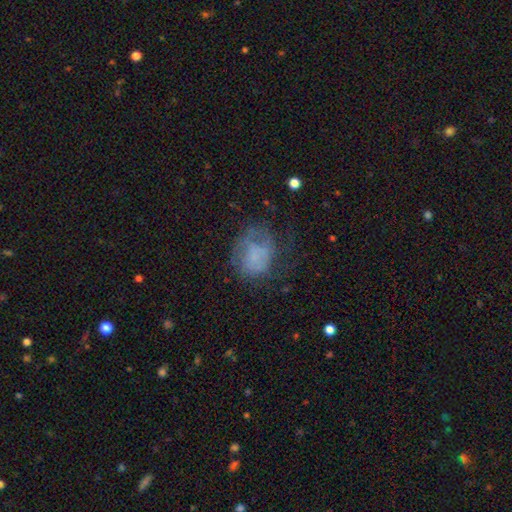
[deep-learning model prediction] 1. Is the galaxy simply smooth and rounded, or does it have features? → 48% smooth, 39% featured or disk, 13% star or artifact.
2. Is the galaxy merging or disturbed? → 42% none, 31% major disturbance, 25% minor disturbance, 3% merger.